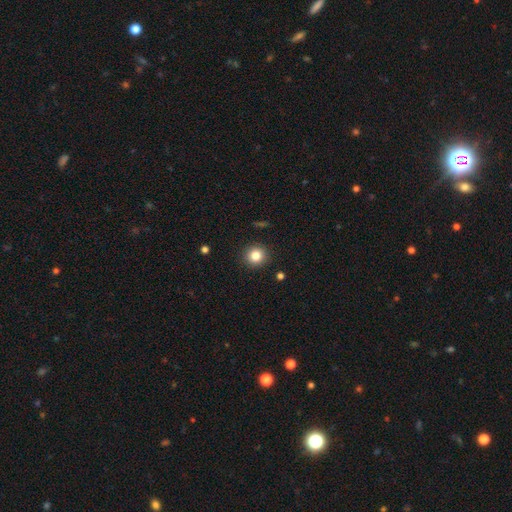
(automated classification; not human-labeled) Overall: smooth (83%). How rounded: round (92%). Merging: none (91%).